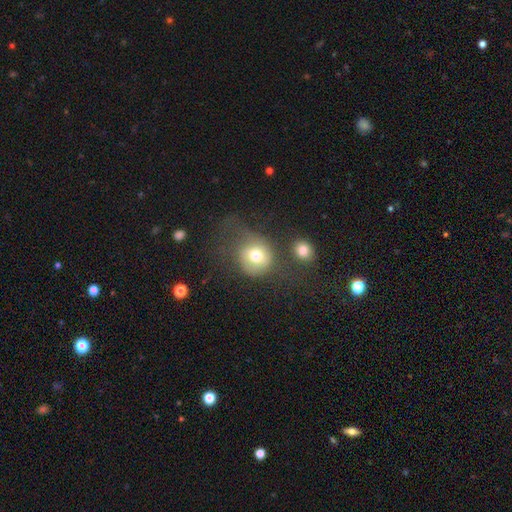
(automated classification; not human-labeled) Morphology: type=smooth (69%); roundness=round (81%); merging=none (39%).